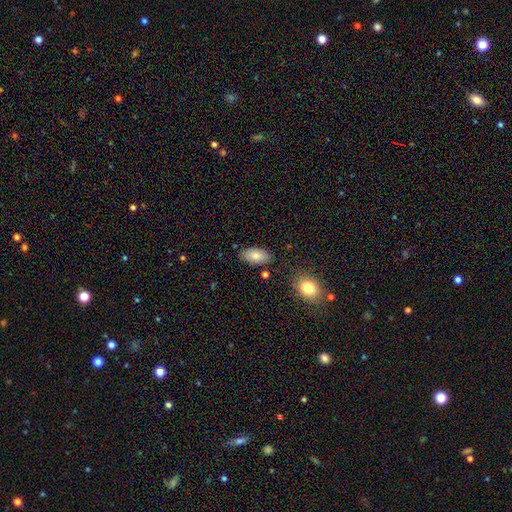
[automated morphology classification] type=smooth (84%); roundness=in between (94%); merging=none (80%).